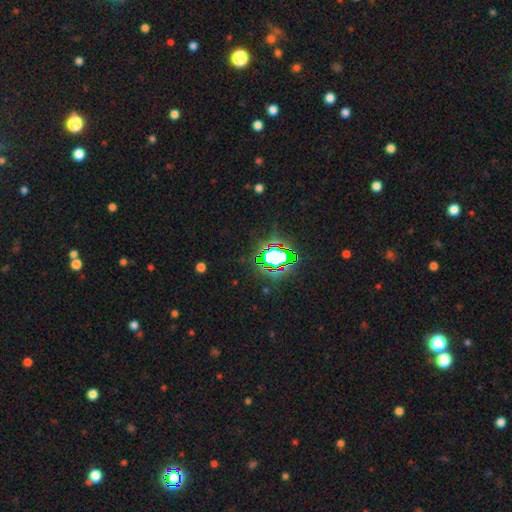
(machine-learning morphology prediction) Smooth or featured?
  - star or artifact: 81% *
  - smooth: 12%
  - featured or disk: 8%